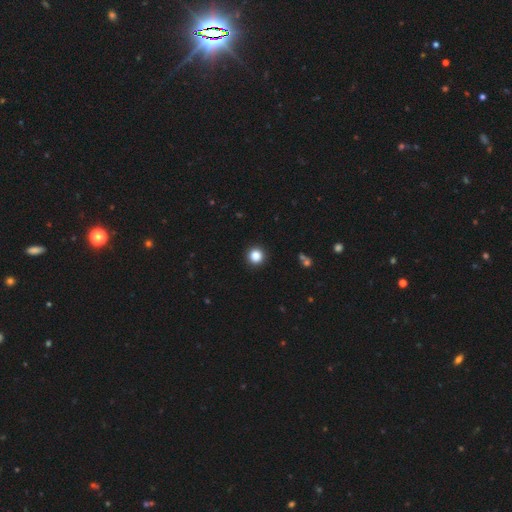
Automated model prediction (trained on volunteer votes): Q: Smooth or featured?
A: smooth (85%); runner-up: star or artifact (11%)
Q: How rounded?
A: round (95%); runner-up: in between (4%)
Q: Merging?
A: none (93%); runner-up: minor disturbance (5%)